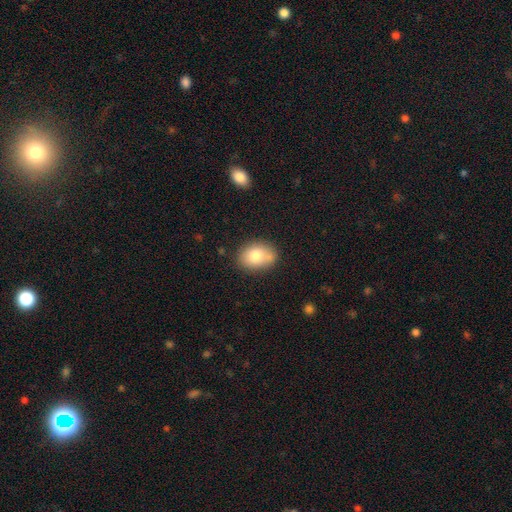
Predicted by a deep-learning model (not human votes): Morphology: type=smooth (76%); roundness=in between (65%); merging=none (69%).